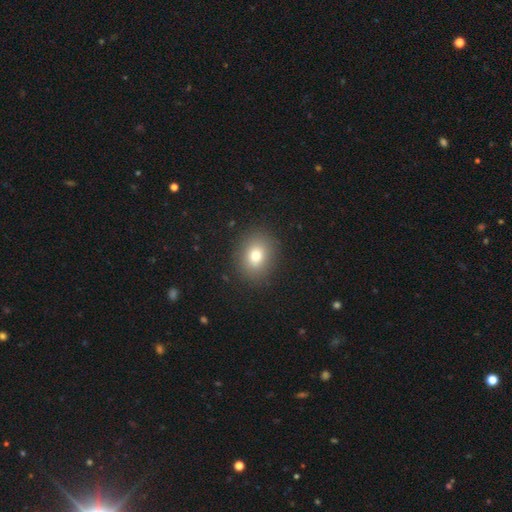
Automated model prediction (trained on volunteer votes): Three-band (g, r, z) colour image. It shows a smooth galaxy with no disk features (76%) that is round (56%). Merging: none (88%).